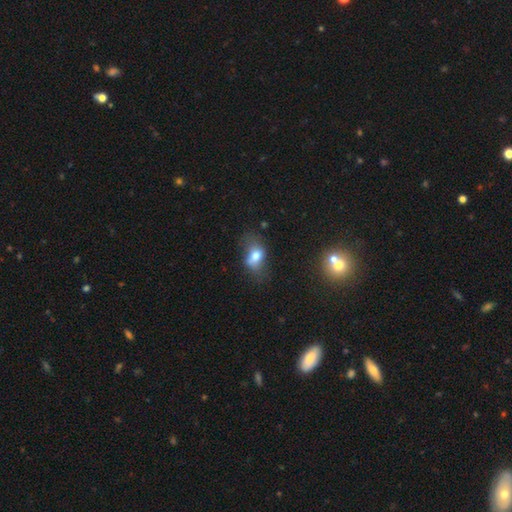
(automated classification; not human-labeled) A smooth galaxy with no disk features (69%) that is in between round and cigar-shaped (81%). Merging: none (46%).